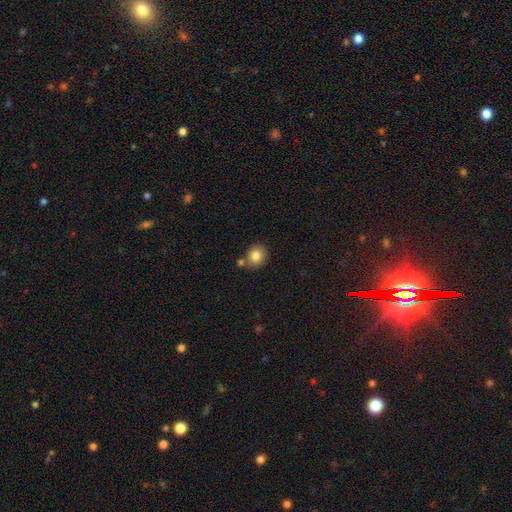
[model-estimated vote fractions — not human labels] This is clearly a smooth galaxy (84%). How rounded: likely round (65%). Merging: likely none (72%).